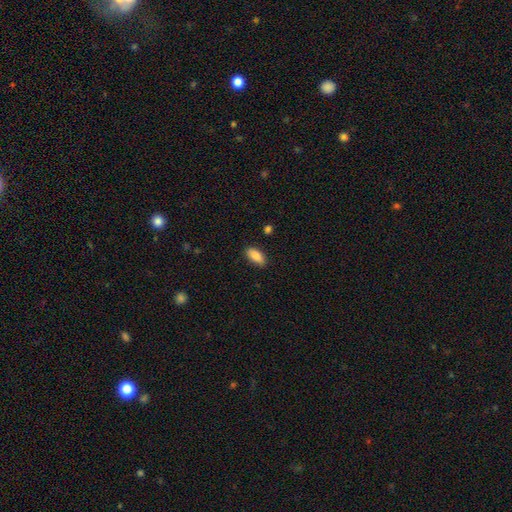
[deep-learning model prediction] Overall: smooth (87%). How rounded: in between (90%). Merging: none (86%).